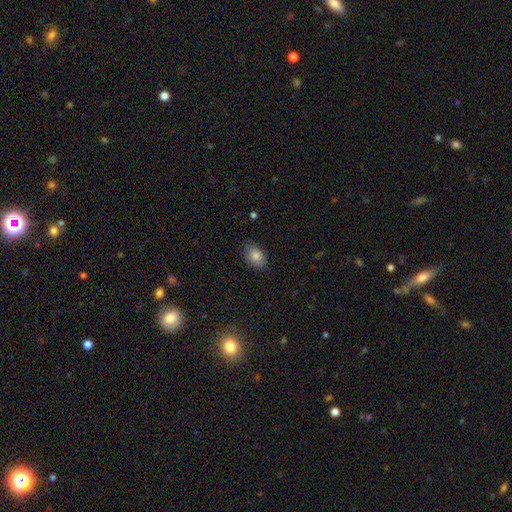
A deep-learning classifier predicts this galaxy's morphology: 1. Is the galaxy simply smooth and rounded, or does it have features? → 83% smooth, 9% star or artifact, 8% featured or disk.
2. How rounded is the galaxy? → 86% in between, 13% round, 1% cigar-shaped.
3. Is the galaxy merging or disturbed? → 83% none, 13% minor disturbance, 3% major disturbance, 1% merger.